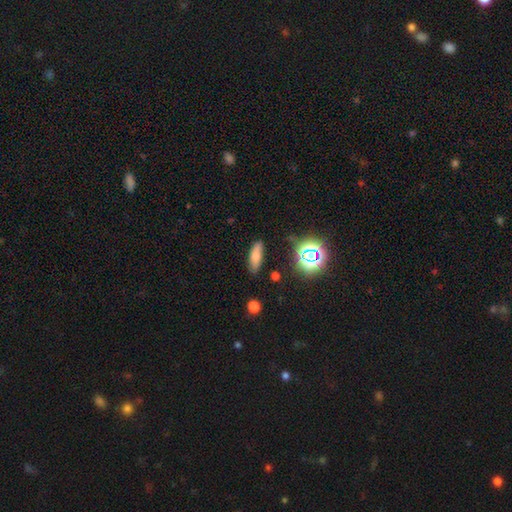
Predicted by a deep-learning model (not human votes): Q: Smooth or featured?
A: smooth (68%); runner-up: featured or disk (17%)
Q: How rounded?
A: in between (51%); runner-up: cigar-shaped (44%)
Q: Merging?
A: none (77%); runner-up: minor disturbance (16%)